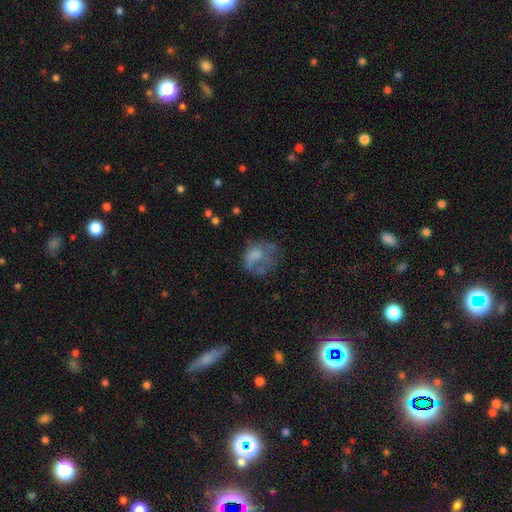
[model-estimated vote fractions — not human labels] Smooth or featured? Predicted: smooth (p=0.55). How rounded? Predicted: round (p=0.52). Merging? Predicted: major disturbance (p=0.42).